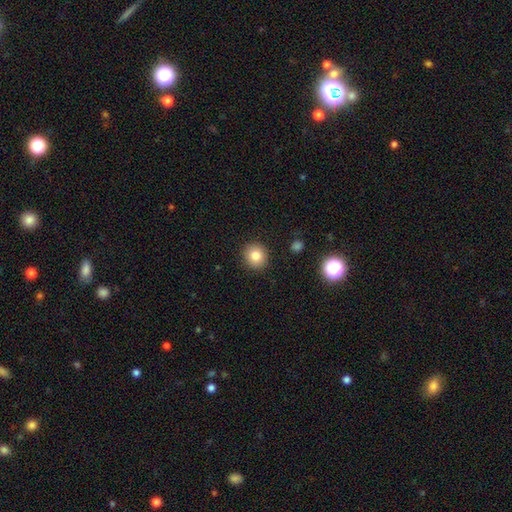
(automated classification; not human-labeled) Smooth or featured? smooth (82%)
How rounded? round (90%)
Merging? none (91%)